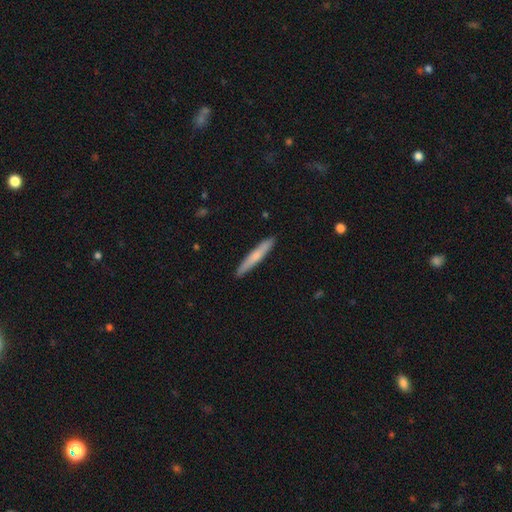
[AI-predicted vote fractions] A smooth galaxy with no disk features (64%) that is cigar-shaped (95%). Merging: none (91%).